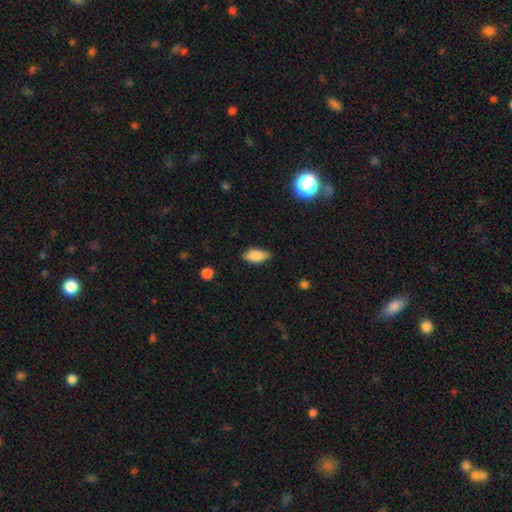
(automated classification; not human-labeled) smooth 83%, featured or disk 9%, star or artifact 7%. Down the decision tree: how rounded — in between (88%); merging — none (73%).